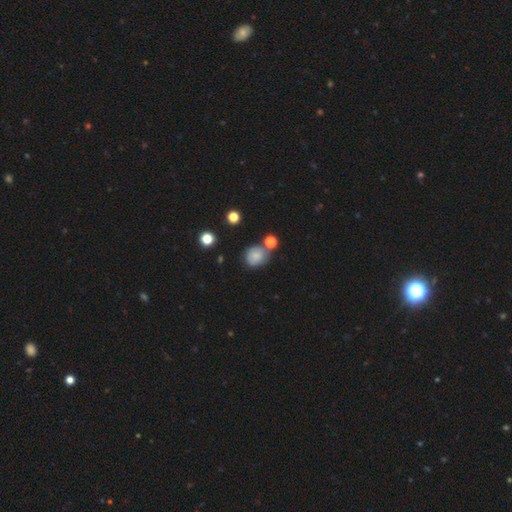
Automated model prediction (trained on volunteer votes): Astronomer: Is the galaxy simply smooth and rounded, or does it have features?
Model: smooth — 73%.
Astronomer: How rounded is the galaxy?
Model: round — 66%.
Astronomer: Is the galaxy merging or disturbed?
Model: none — 60%.